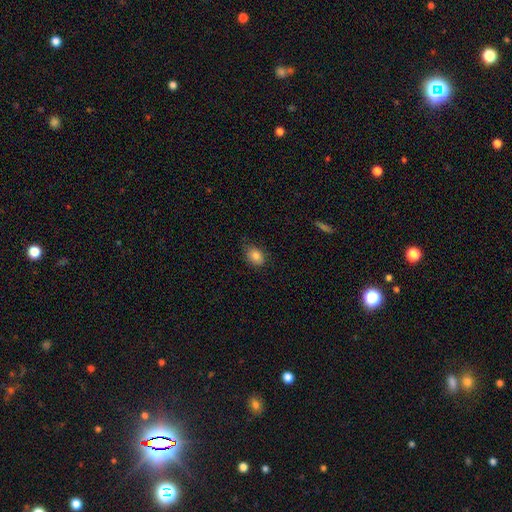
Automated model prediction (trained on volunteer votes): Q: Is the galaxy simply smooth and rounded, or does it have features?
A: smooth — 85%.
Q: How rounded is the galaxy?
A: in between — 69%.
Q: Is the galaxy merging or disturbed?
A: none — 77%.